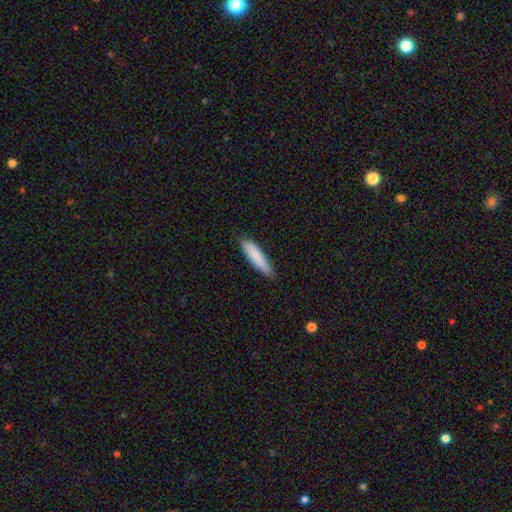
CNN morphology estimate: smooth 83%, featured or disk 11%, star or artifact 5%. Down the decision tree: how rounded — cigar-shaped (76%); merging — none (82%).